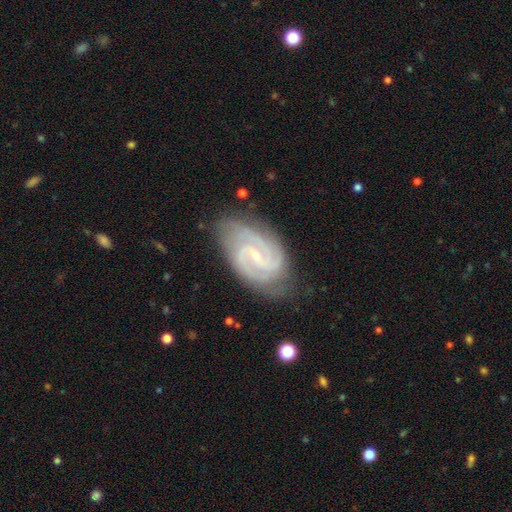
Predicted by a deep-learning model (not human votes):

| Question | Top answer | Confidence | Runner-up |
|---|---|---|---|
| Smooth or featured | featured or disk | 91% | star or artifact (5%) |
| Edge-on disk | no | 97% | yes (3%) |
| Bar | weak | 51% | no (29%) |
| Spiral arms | yes | 98% | no (2%) |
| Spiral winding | tight | 49% | medium (43%) |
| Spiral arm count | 2 | 68% | 3 (14%) |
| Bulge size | small | 82% | moderate (13%) |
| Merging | none | 76% | minor disturbance (18%) |